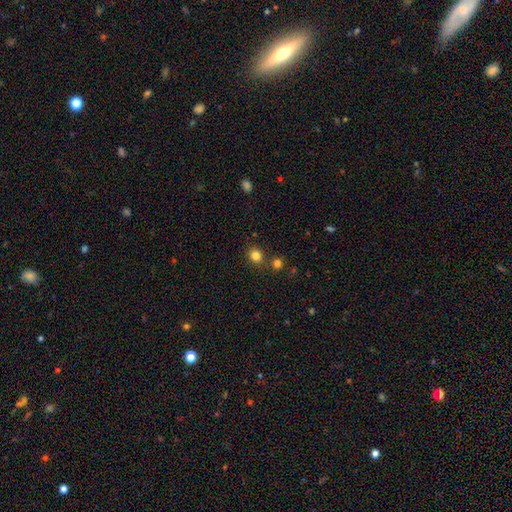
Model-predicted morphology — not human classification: Smooth or featured? smooth (81%)
How rounded? round (81%)
Merging? none (79%)